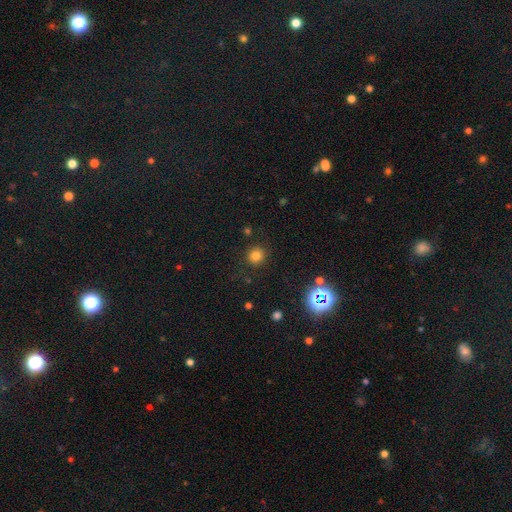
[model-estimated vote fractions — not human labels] smooth-or-featured: smooth: 78% | star or artifact: 16% | featured or disk: 6%
  how-rounded: round: 92% | in between: 7% | cigar-shaped: 1%
  merging: none: 87% | minor disturbance: 8% | major disturbance: 3% | merger: 2%